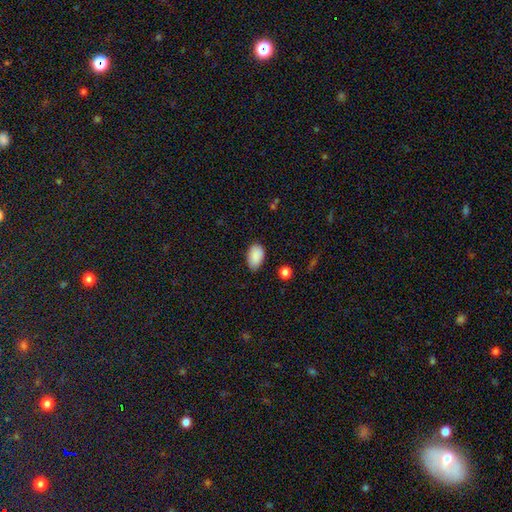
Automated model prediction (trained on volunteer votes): Smooth or featured? smooth (89%)
How rounded? in between (93%)
Merging? none (76%)